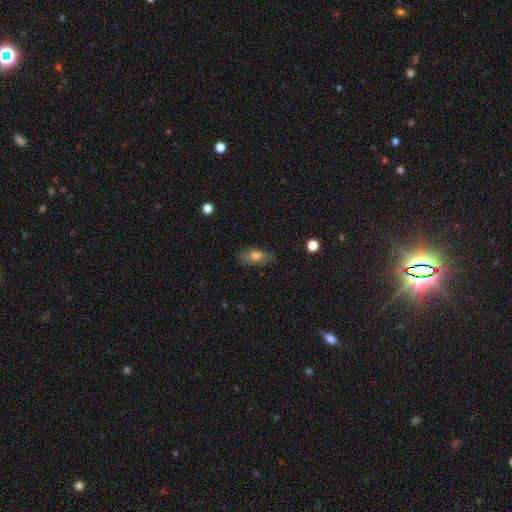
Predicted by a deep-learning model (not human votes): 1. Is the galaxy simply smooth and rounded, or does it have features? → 70% smooth, 21% featured or disk, 9% star or artifact.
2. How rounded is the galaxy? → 86% in between, 7% round, 7% cigar-shaped.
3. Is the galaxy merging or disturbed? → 72% none, 21% minor disturbance, 5% major disturbance, 1% merger.